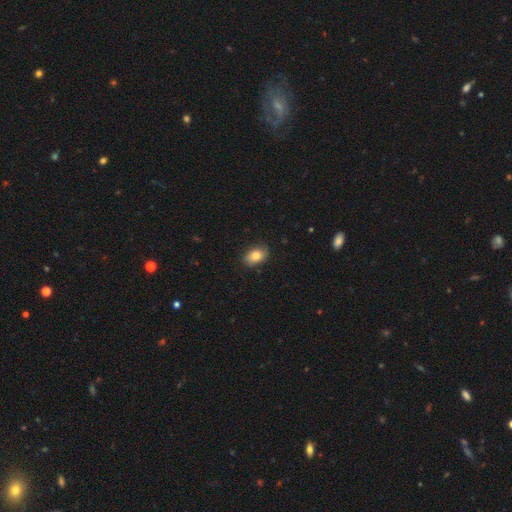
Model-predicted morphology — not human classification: This appears to be a smooth galaxy with no disk features (81%) that is in between round and cigar-shaped (85%). Merging: none (80%).